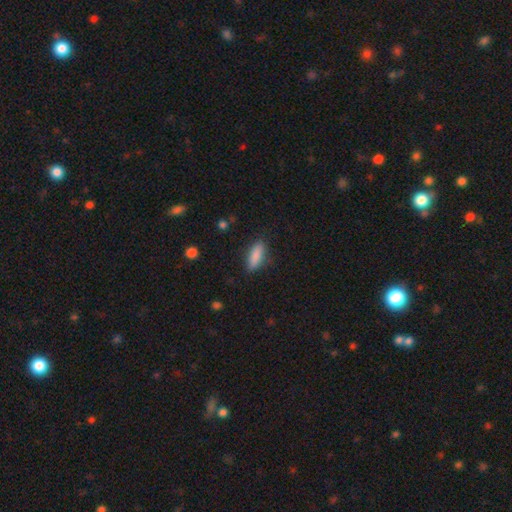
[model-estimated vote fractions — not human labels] This appears to be a smooth galaxy with no disk features (85%) that is in between round and cigar-shaped (57%). Merging: none (83%).